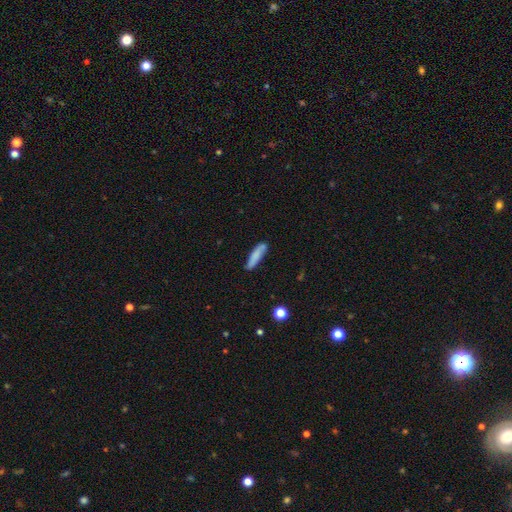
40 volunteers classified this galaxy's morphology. A smooth galaxy with no disk features (72%) that is cigar-shaped (79%).

Vote fractions:
- Smooth or featured? smooth: 72% / featured or disk: 18% / star or artifact: 10%
- How rounded? cigar-shaped: 79% / in between: 17% / round: 3%
- Merging? none: 64% / minor disturbance: 33% / merger: 3% / major disturbance: 0%